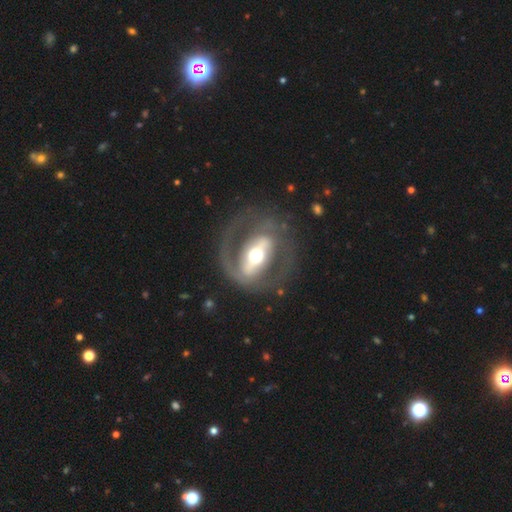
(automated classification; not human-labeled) A featured or disk galaxy (82%) with a strong bar (71%), spiral arms (61%) and a moderate central bulge (65%). Merging: none (73%).